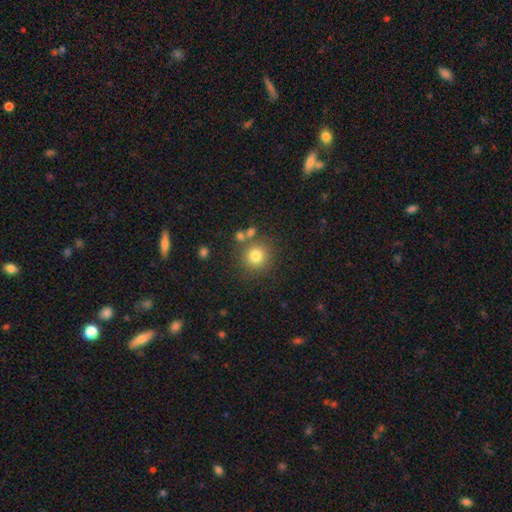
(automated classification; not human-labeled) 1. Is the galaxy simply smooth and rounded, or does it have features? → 79% smooth, 13% star or artifact, 8% featured or disk.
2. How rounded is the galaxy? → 93% round, 6% in between, 1% cigar-shaped.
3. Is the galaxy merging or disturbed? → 78% none, 9% merger, 9% minor disturbance, 4% major disturbance.